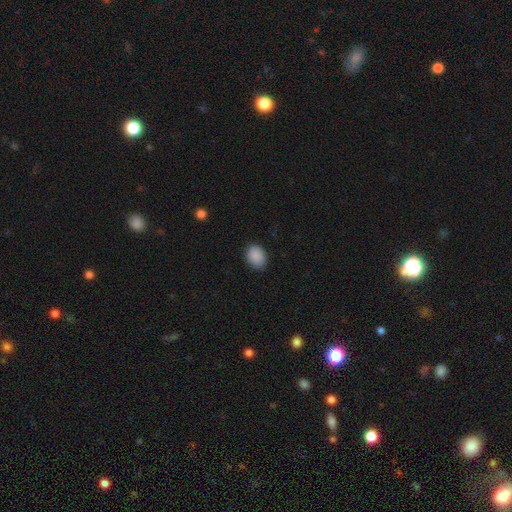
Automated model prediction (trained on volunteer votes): This appears to be a smooth galaxy with no disk features (89%) that is in between round and cigar-shaped (62%). Merging: none (84%).